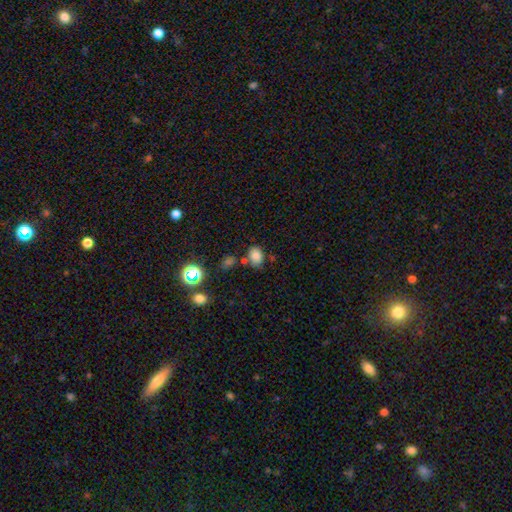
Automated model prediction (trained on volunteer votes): smooth-or-featured: smooth: 78% | star or artifact: 14% | featured or disk: 7%
  how-rounded: in between: 58% | round: 40% | cigar-shaped: 1%
  merging: none: 63% | minor disturbance: 20% | merger: 12% | major disturbance: 5%